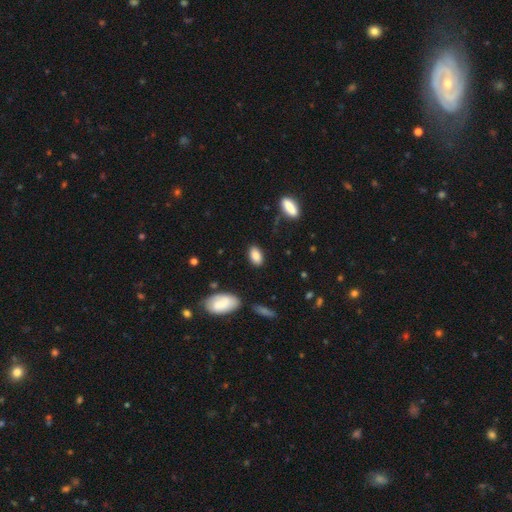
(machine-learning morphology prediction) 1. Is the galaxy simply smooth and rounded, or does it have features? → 86% smooth, 7% star or artifact, 6% featured or disk.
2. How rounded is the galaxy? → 91% in between, 5% round, 3% cigar-shaped.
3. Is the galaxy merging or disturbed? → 83% none, 12% minor disturbance, 3% major disturbance, 2% merger.